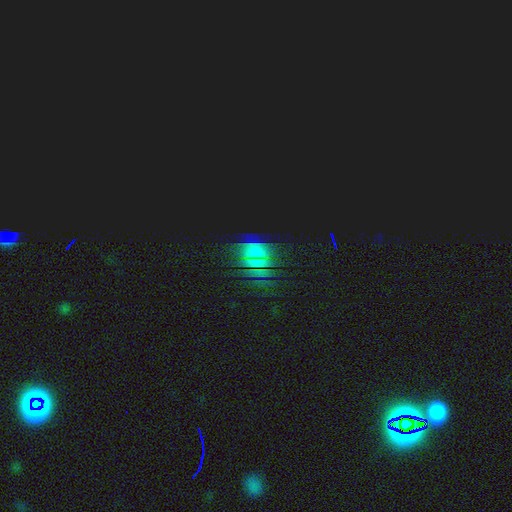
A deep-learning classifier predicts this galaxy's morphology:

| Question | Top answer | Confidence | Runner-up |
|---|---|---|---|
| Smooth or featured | star or artifact | 64% | smooth (21%) |